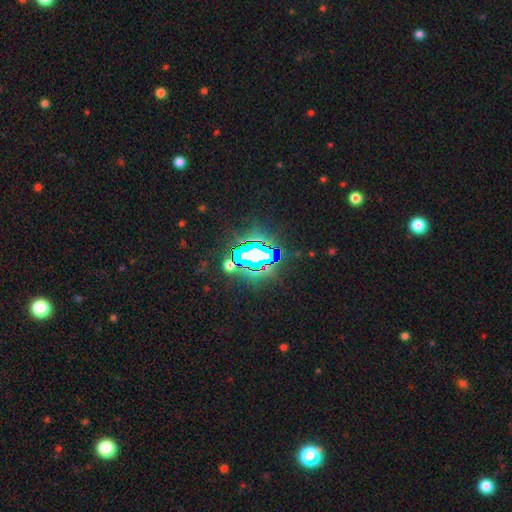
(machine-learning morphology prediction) This is likely a star or artifact rather than a galaxy (76%).